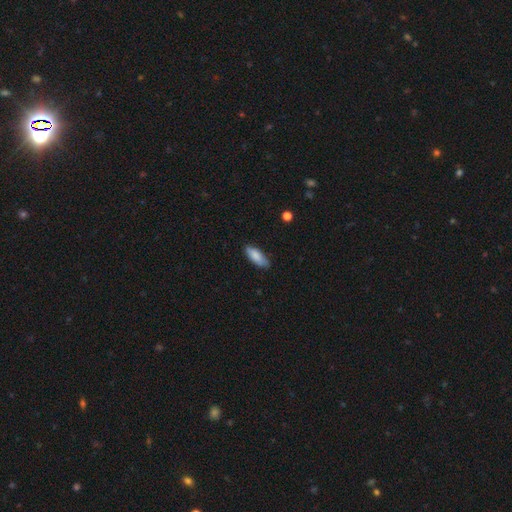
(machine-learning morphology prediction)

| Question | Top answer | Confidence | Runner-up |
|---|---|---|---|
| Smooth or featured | smooth | 86% | featured or disk (9%) |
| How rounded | in between | 73% | cigar-shaped (26%) |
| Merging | none | 81% | minor disturbance (16%) |